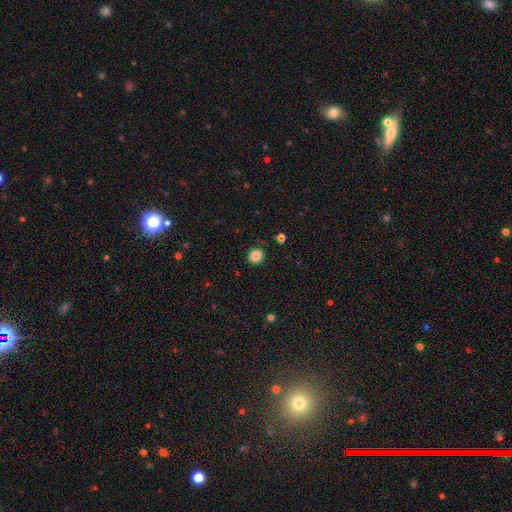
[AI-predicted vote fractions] Overall: smooth (85%). How rounded: round (90%). Merging: none (90%).